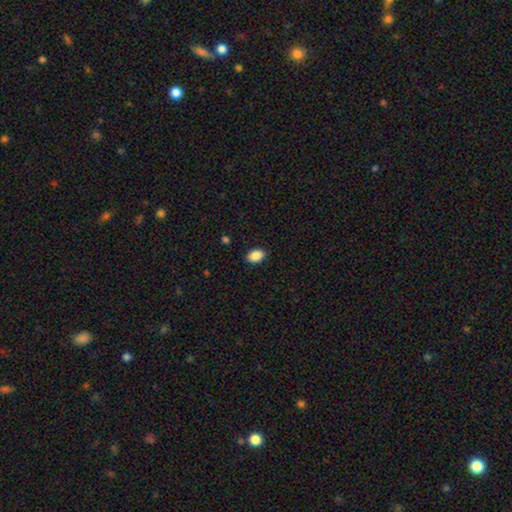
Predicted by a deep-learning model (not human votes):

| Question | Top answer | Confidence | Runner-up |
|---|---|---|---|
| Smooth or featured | smooth | 89% | star or artifact (8%) |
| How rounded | in between | 86% | round (13%) |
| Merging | none | 88% | minor disturbance (9%) |